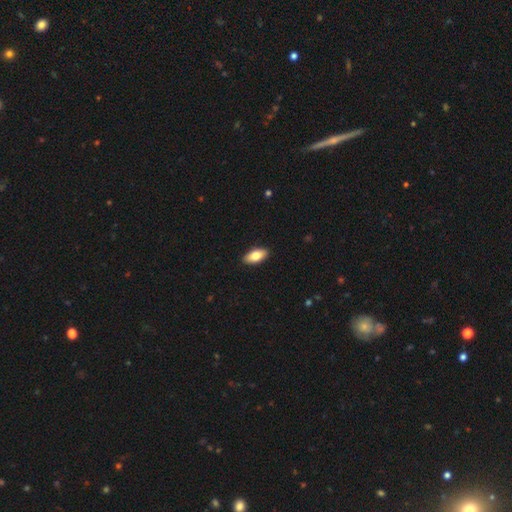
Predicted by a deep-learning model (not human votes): This is likely a smooth galaxy (79%). How rounded: clearly in between (89%). Merging: clearly none (91%).